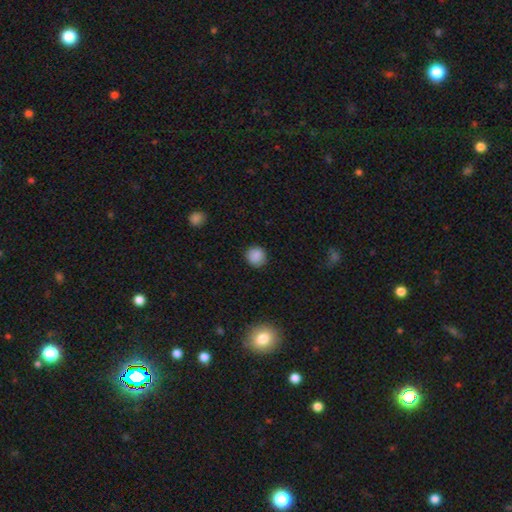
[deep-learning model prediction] Smooth or featured? Predicted: smooth (p=0.87). How rounded? Predicted: round (p=0.89). Merging? Predicted: none (p=0.89).